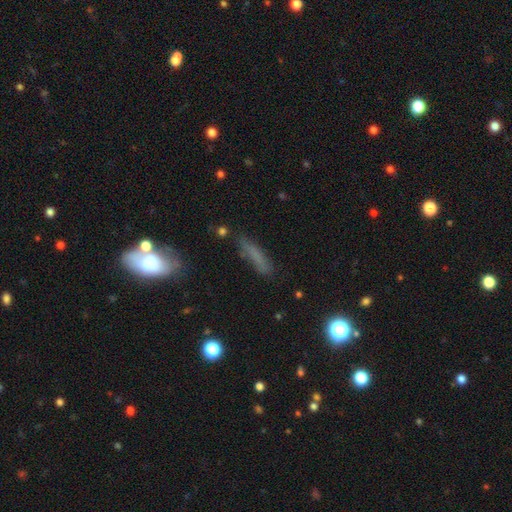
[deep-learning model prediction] Smooth or featured: smooth — 66% (featured or disk — 21%)
How rounded: cigar-shaped — 75% (in between — 22%)
Merging: none — 71% (minor disturbance — 19%)